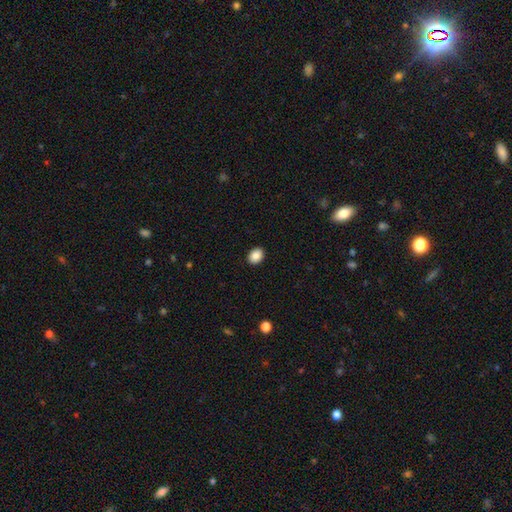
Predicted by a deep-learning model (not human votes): Smooth or featured? Predicted: smooth (p=0.87). How rounded? Predicted: in between (p=0.64). Merging? Predicted: none (p=0.91).